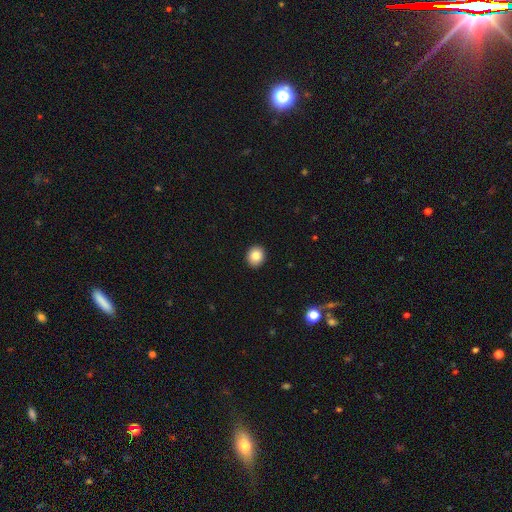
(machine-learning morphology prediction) A smooth galaxy with no disk features (84%) that is round (71%).

Vote fractions:
- Smooth or featured? smooth: 84% / star or artifact: 9% / featured or disk: 7%
- How rounded? round: 71% / in between: 28% / cigar-shaped: 1%
- Merging? none: 92% / minor disturbance: 5% / major disturbance: 2% / merger: 1%